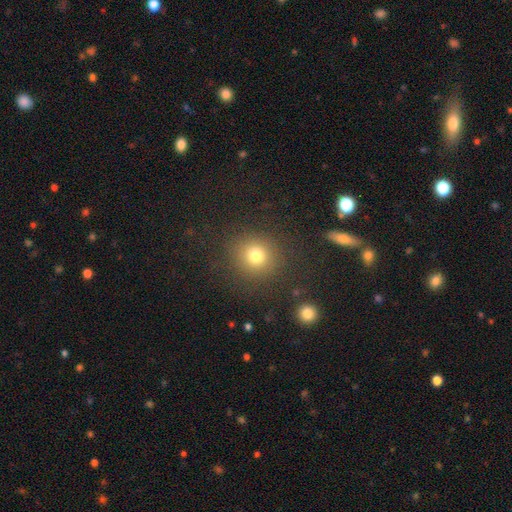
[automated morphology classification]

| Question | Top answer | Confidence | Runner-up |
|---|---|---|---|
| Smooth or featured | smooth | 77% | star or artifact (16%) |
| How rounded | round | 90% | in between (9%) |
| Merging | none | 88% | minor disturbance (7%) |